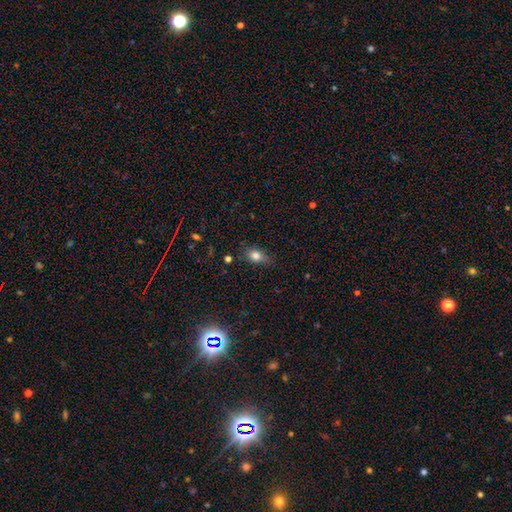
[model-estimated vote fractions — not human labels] Smooth or featured? Predicted: smooth (p=0.79). How rounded? Predicted: in between (p=0.70). Merging? Predicted: none (p=0.73).